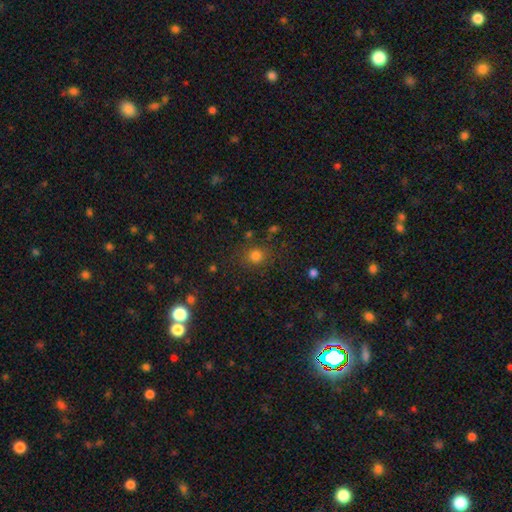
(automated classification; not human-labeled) A smooth galaxy with no disk features (79%) that is round (82%).

Vote fractions:
- Smooth or featured? smooth: 79% / star or artifact: 15% / featured or disk: 6%
- How rounded? round: 82% / in between: 17% / cigar-shaped: 1%
- Merging? none: 80% / minor disturbance: 12% / major disturbance: 5% / merger: 3%